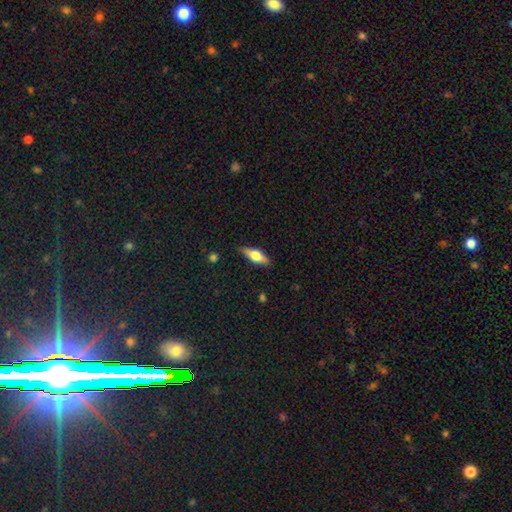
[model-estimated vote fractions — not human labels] A smooth galaxy with no disk features (51%) that is in between round and cigar-shaped (60%).

Vote fractions:
- Smooth or featured? smooth: 51% / featured or disk: 42% / star or artifact: 7%
- How rounded? in between: 60% / cigar-shaped: 37% / round: 3%
- Merging? none: 86% / minor disturbance: 11% / major disturbance: 2% / merger: 1%